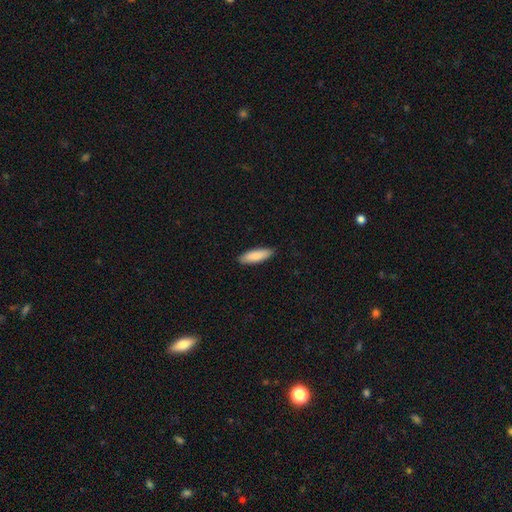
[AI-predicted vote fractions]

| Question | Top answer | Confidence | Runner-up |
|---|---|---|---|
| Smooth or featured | smooth | 87% | featured or disk (8%) |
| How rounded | cigar-shaped | 49% | tied: in between (49%) |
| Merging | none | 89% | minor disturbance (8%) |